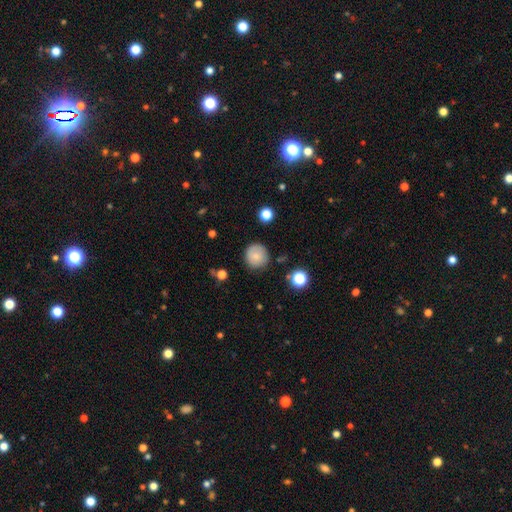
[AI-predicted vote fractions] This is likely a smooth galaxy (78%). How rounded: clearly round (93%). Merging: clearly none (82%).